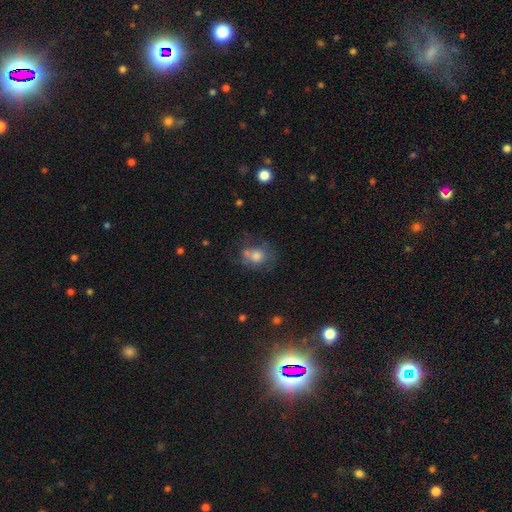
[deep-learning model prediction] Smooth or featured: smooth — 61% (featured or disk — 23%)
How rounded: round — 63% (in between — 36%)
Merging: none — 47% (minor disturbance — 20%)